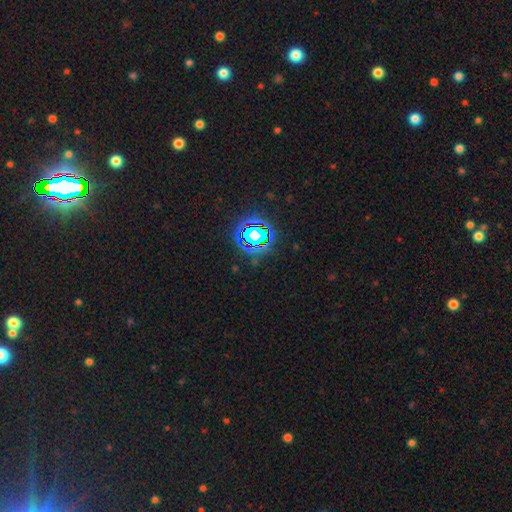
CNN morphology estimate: Smooth or featured?
  - star or artifact: 79% *
  - smooth: 13%
  - featured or disk: 8%